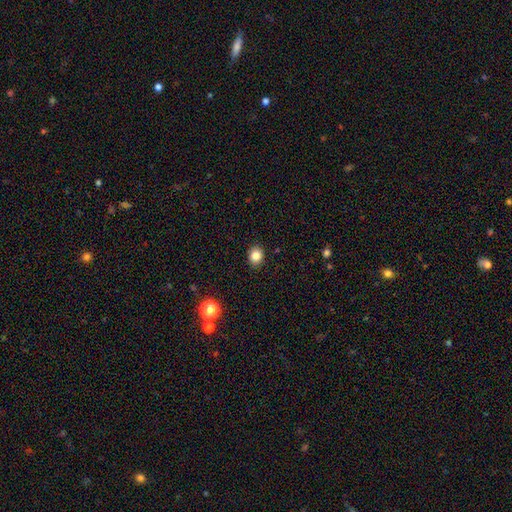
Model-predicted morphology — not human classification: type=smooth (84%); roundness=round (65%); merging=none (90%).